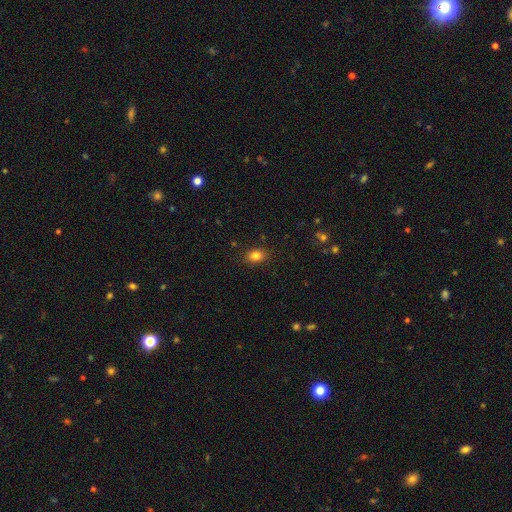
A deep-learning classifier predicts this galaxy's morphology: A smooth galaxy with no disk features (83%) that is in between round and cigar-shaped (65%).

Vote fractions:
- Smooth or featured? smooth: 83% / star or artifact: 11% / featured or disk: 6%
- How rounded? in between: 65% / round: 33% / cigar-shaped: 1%
- Merging? none: 87% / minor disturbance: 9% / major disturbance: 2% / merger: 1%